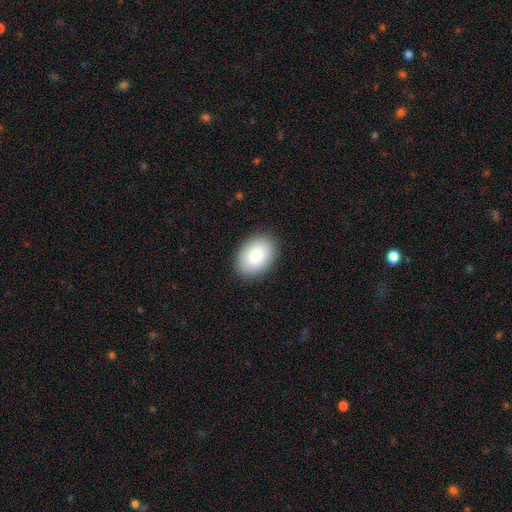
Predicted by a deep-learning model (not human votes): Smooth or featured? Predicted: smooth (p=0.86). How rounded? Predicted: in between (p=0.85). Merging? Predicted: none (p=0.88).